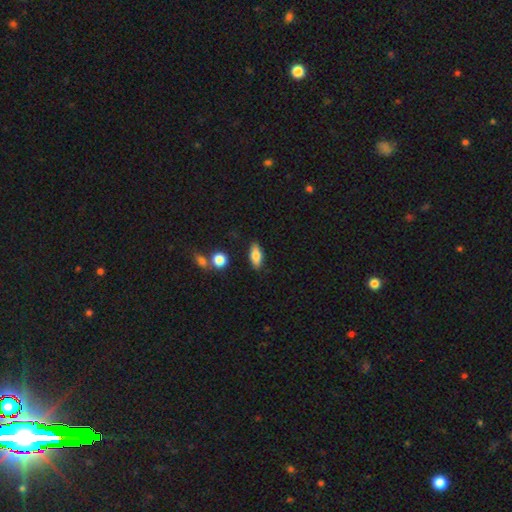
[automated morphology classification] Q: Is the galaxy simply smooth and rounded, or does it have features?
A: smooth — 75%.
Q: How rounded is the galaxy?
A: in between — 75%.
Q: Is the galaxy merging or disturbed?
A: none — 84%.